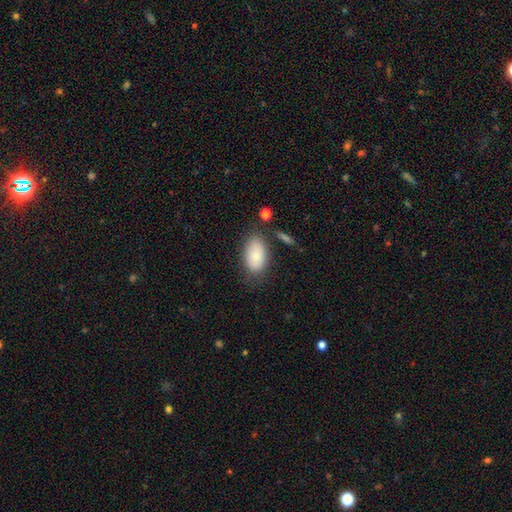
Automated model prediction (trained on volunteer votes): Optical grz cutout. It shows a smooth galaxy with no disk features (82%) that is in between round and cigar-shaped (93%). Merging: none (72%).